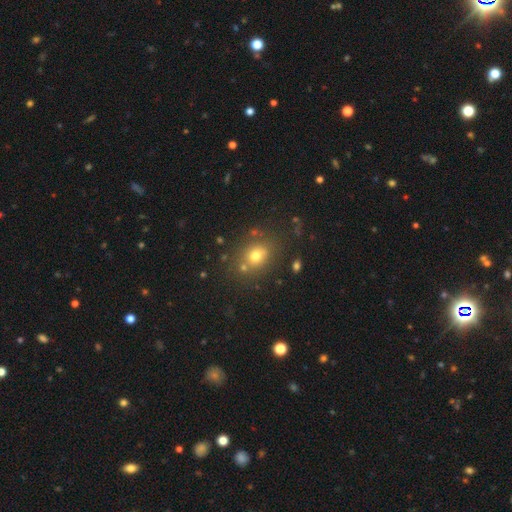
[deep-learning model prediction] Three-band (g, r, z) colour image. It shows a smooth galaxy with no disk features (72%) that is round (63%). Merging: none (72%).